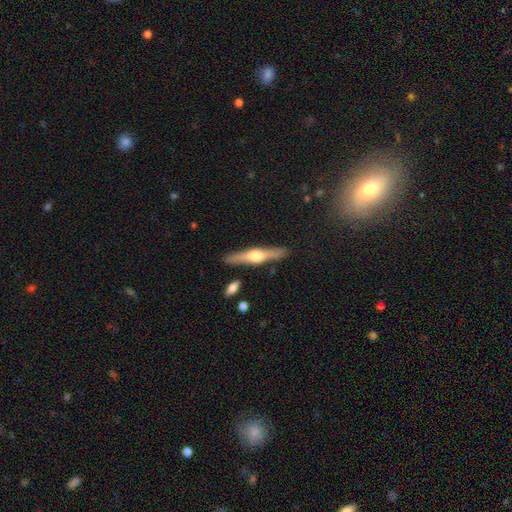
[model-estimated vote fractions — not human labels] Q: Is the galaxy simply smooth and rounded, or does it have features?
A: featured or disk — 69%.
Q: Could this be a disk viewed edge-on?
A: yes — 97%.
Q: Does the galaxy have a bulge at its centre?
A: rounded — 93%.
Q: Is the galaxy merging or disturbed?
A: none — 87%.